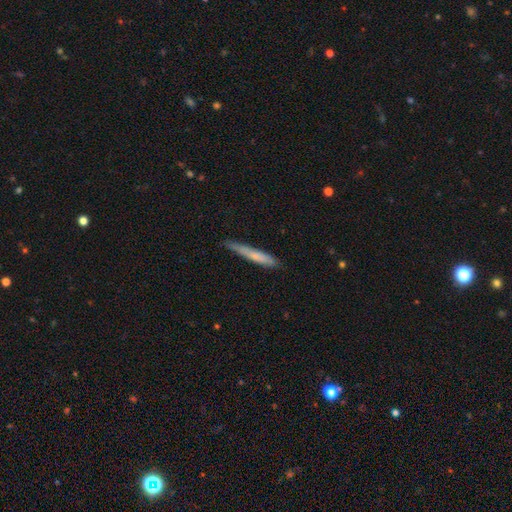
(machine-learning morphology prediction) Smooth or featured? smooth (64%)
How rounded? cigar-shaped (95%)
Merging? none (75%)